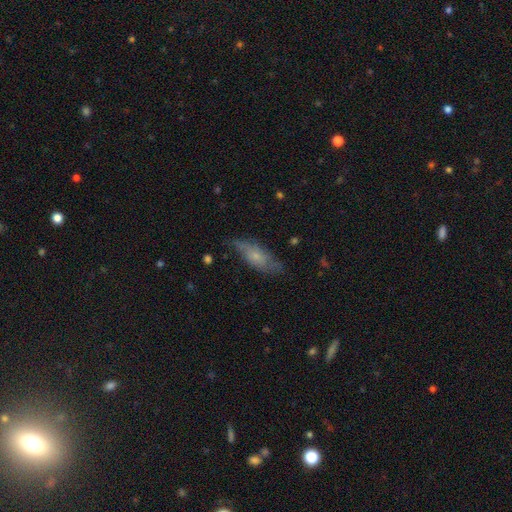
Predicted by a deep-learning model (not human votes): Smooth or featured?
  - smooth: 54% *
  - featured or disk: 39%
  - star or artifact: 7%
How rounded?
  - in between: 66% *
  - cigar-shaped: 31%
  - round: 3%
Merging?
  - none: 63% *
  - minor disturbance: 27%
  - major disturbance: 9%
  - merger: 2%